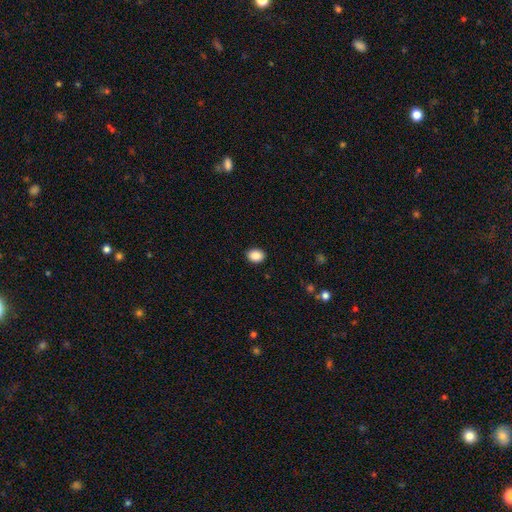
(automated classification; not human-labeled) Q: Smooth or featured?
A: smooth (89%); runner-up: star or artifact (8%)
Q: How rounded?
A: in between (57%); runner-up: round (42%)
Q: Merging?
A: none (91%); runner-up: minor disturbance (7%)